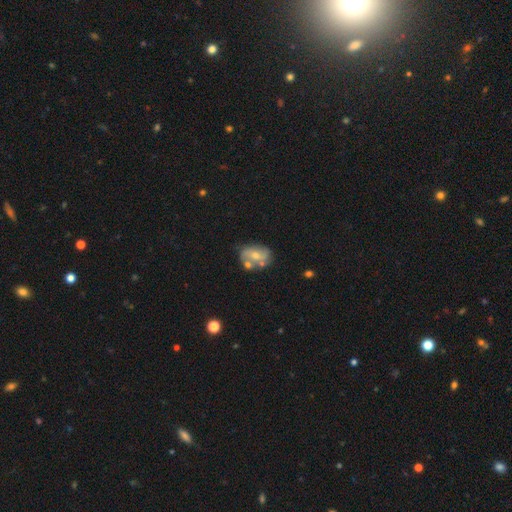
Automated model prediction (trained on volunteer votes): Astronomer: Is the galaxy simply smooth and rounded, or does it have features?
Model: featured or disk — 57% (runner-up: smooth, 35%).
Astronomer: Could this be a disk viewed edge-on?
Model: no — 95%.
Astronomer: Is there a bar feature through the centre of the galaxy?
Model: no — 56% (runner-up: weak, 31%).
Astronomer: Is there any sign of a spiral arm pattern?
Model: yes — 62% (runner-up: no, 38%).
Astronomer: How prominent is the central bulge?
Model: moderate — 48% (runner-up: small, 46%).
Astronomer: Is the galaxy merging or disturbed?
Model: none — 49%.